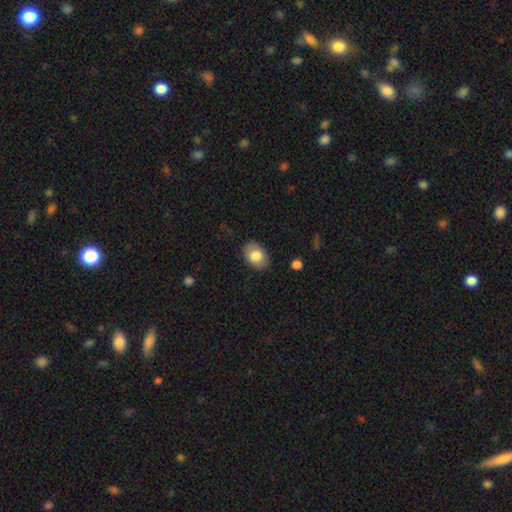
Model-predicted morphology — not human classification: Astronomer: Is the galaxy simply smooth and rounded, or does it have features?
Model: smooth — 81%.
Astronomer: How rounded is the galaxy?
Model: in between — 83%.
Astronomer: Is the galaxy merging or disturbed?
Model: none — 86%.